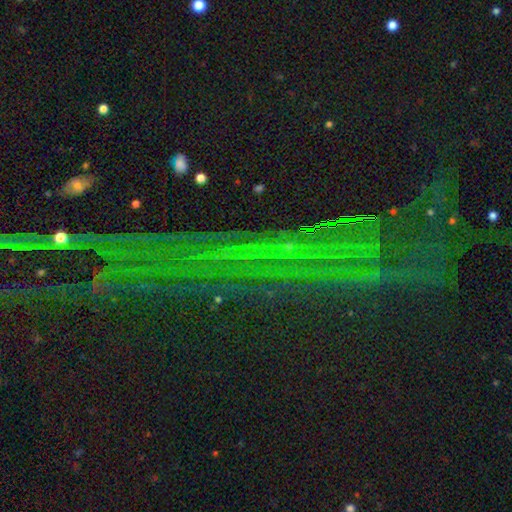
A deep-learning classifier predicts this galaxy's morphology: A star or artifact, not a galaxy (81%).

Vote fractions:
- Smooth or featured? star or artifact: 81% / featured or disk: 10% / smooth: 8%